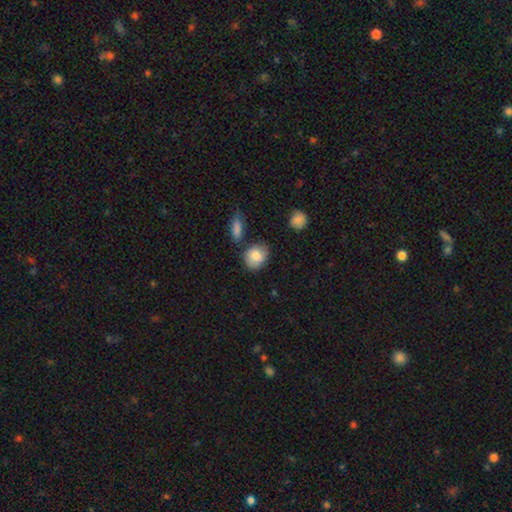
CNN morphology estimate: A smooth galaxy with no disk features (81%) that is round (53%).

Vote fractions:
- Smooth or featured? smooth: 81% / featured or disk: 11% / star or artifact: 7%
- How rounded? round: 53% / in between: 46% / cigar-shaped: 2%
- Merging? none: 66% / minor disturbance: 21% / merger: 8% / major disturbance: 5%